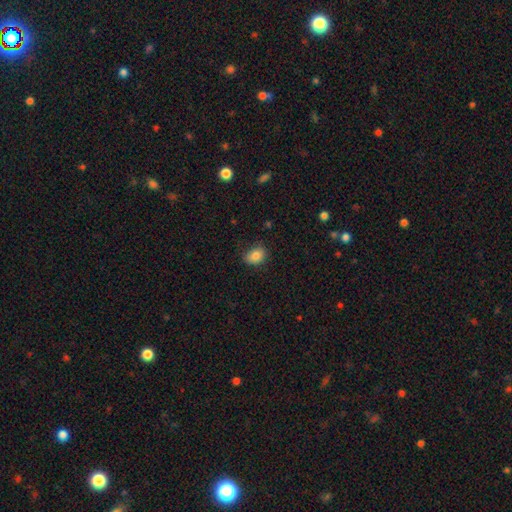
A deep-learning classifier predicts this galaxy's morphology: smooth-or-featured: smooth: 83% | star or artifact: 10% | featured or disk: 7%
  how-rounded: in between: 65% | round: 34% | cigar-shaped: 1%
  merging: none: 79% | minor disturbance: 17% | major disturbance: 3% | merger: 1%